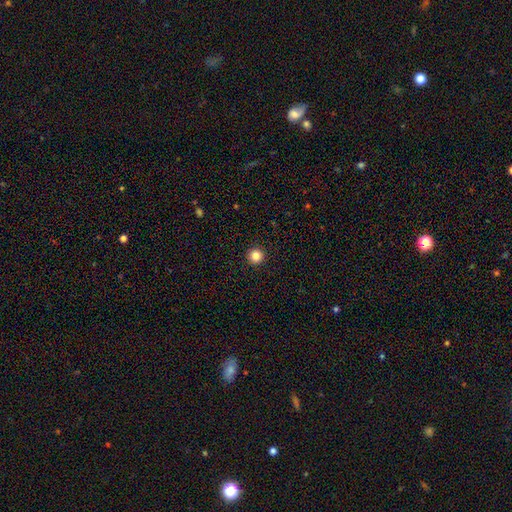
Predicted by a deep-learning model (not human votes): A smooth galaxy with no disk features (84%) that is round (96%). Merging: none (94%).